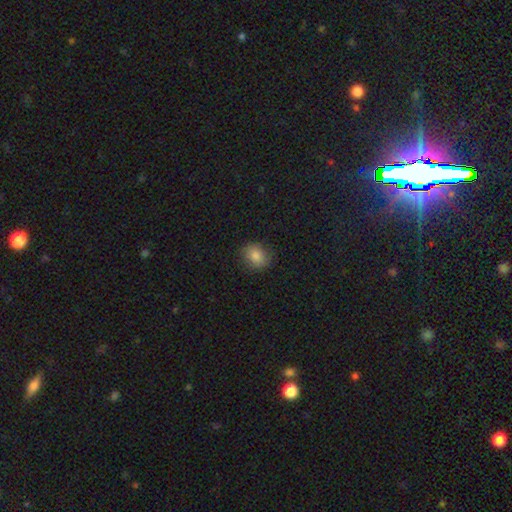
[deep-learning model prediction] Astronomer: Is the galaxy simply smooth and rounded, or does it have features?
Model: smooth — 83%.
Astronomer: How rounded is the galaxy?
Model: round — 60% (runner-up: in between, 38%).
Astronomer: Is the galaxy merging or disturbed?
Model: none — 84%.